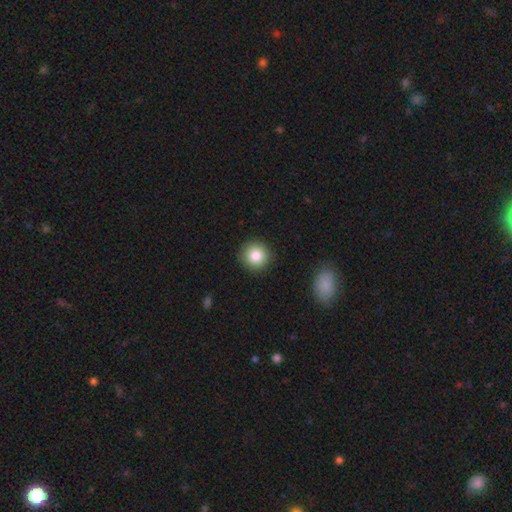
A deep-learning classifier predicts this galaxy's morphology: type=smooth (84%); roundness=round (94%); merging=none (90%).